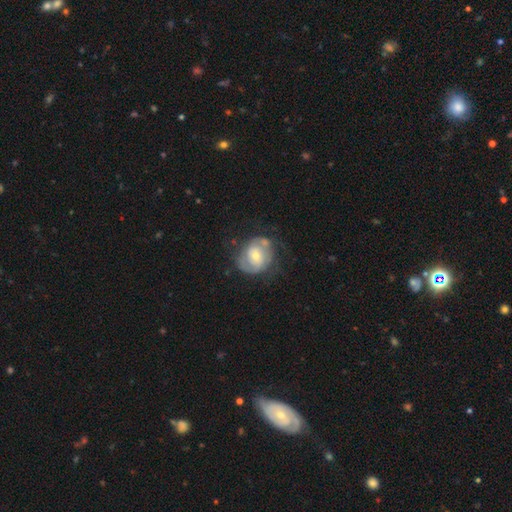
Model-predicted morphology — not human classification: featured or disk 68%, smooth 26%, star or artifact 6%. Down the decision tree: edge-on disk — no (97%); bar — no (59%); spiral arms — yes (76%); spiral arm count — 2 (61%); spiral winding — tight (47%); bulge size — small (47%); merging — none (54%).